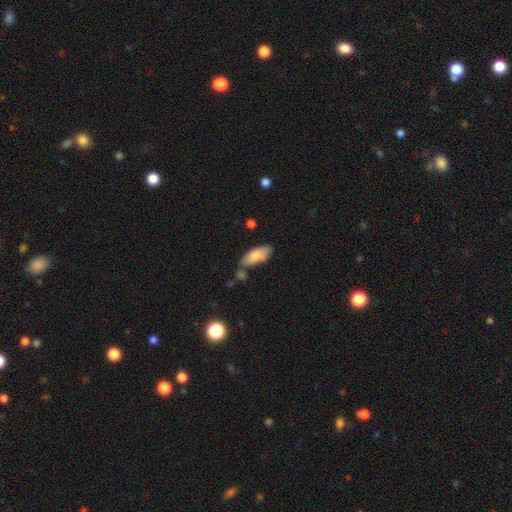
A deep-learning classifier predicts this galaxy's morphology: This is likely a smooth galaxy (80%). How rounded: likely in between (79%). Merging: possibly none (52%).